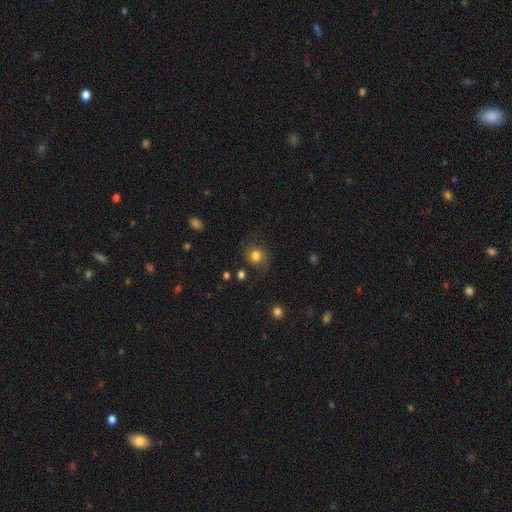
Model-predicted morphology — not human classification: A smooth galaxy with no disk features (68%) that is round (73%). Merging: none (68%).